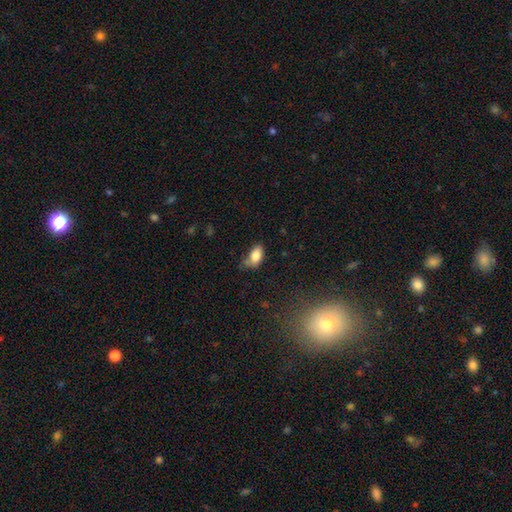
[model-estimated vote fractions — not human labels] smooth_or_featured: smooth (p=0.82) [alt: featured or disk p=0.10]
how_rounded: in between (p=0.92) [alt: round p=0.05]
merging: none (p=0.48) [alt: minor disturbance p=0.36]